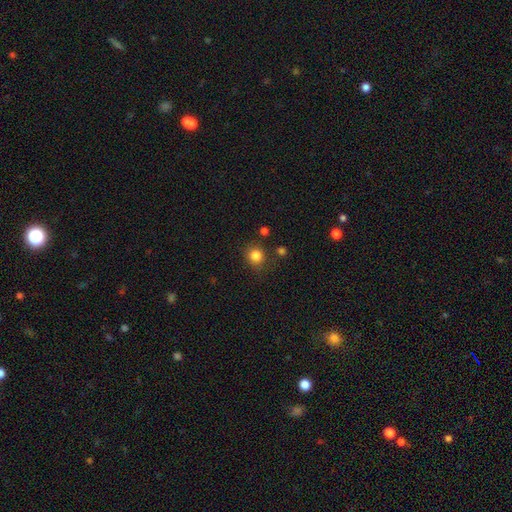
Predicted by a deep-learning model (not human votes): Smooth or featured? smooth (83%)
How rounded? round (87%)
Merging? none (80%)